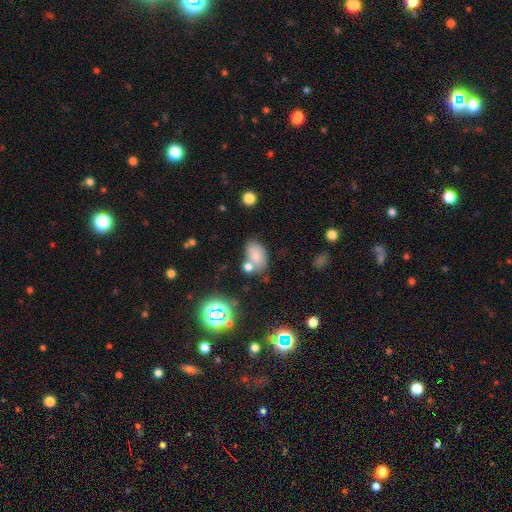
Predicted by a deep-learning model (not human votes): Smooth or featured?
  - smooth: 76% *
  - star or artifact: 13%
  - featured or disk: 11%
How rounded?
  - in between: 89% *
  - round: 10%
  - cigar-shaped: 2%
Merging?
  - none: 53% *
  - merger: 25%
  - minor disturbance: 16%
  - major disturbance: 6%